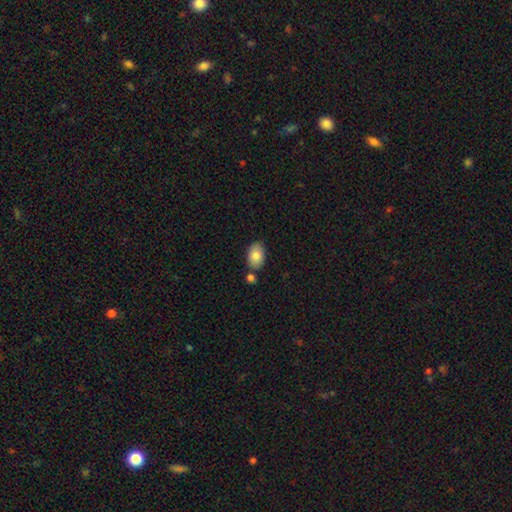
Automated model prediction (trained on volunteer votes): Overall: smooth (82%). How rounded: in between (88%). Merging: none (74%).